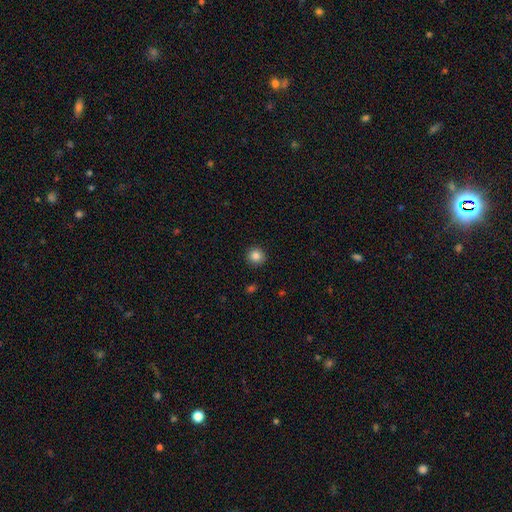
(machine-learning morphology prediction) smooth_or_featured: smooth (p=0.85) [alt: star or artifact p=0.10]
how_rounded: round (p=0.93) [alt: in between p=0.06]
merging: none (p=0.92) [alt: minor disturbance p=0.05]